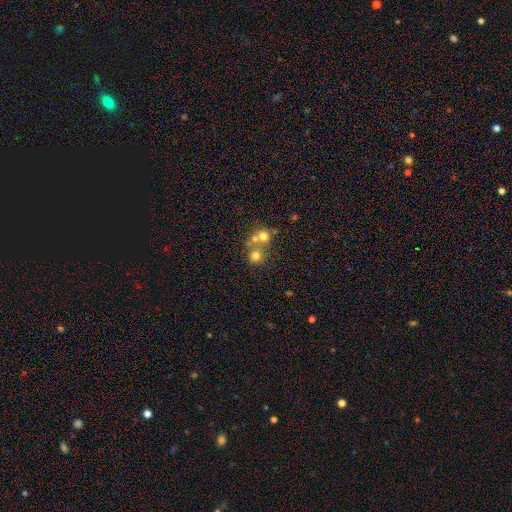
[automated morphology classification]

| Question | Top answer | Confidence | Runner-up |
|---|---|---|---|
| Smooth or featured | smooth | 67% | star or artifact (17%) |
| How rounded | round | 85% | in between (14%) |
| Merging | merger | 49% | none (42%) |